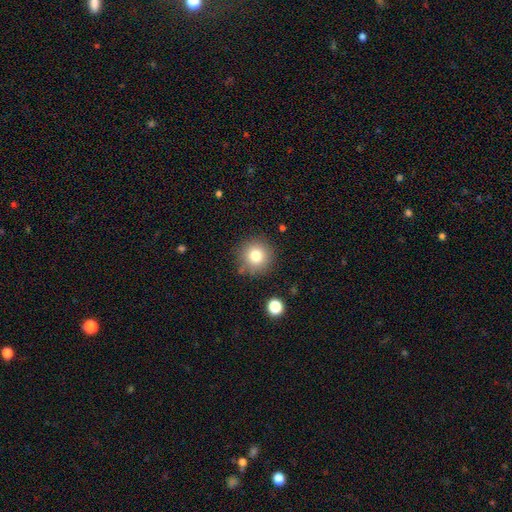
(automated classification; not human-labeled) smooth-or-featured: smooth: 79% | star or artifact: 12% | featured or disk: 9%
  how-rounded: round: 95% | in between: 4% | cigar-shaped: 1%
  merging: none: 85% | minor disturbance: 9% | major disturbance: 3% | merger: 3%